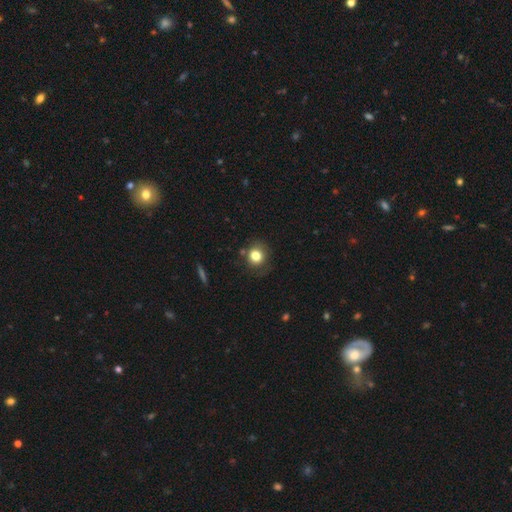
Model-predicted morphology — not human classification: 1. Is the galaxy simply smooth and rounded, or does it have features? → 79% smooth, 11% star or artifact, 9% featured or disk.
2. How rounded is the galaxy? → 81% round, 18% in between, 1% cigar-shaped.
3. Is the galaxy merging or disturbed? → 74% none, 17% minor disturbance, 5% major disturbance, 4% merger.